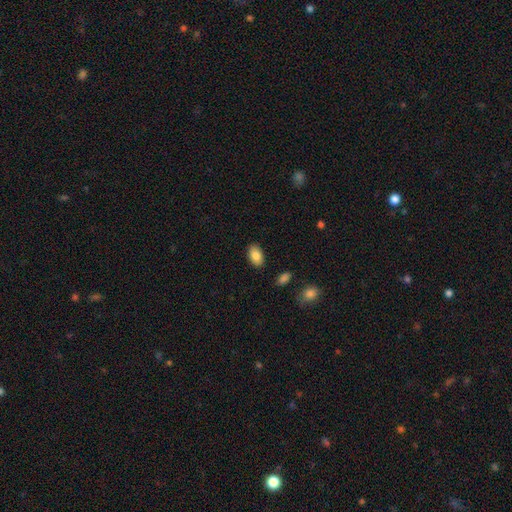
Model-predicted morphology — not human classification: Smooth or featured?
  - smooth: 85% *
  - featured or disk: 7%
  - star or artifact: 7%
How rounded?
  - in between: 93% *
  - round: 5%
  - cigar-shaped: 1%
Merging?
  - none: 87% *
  - minor disturbance: 9%
  - major disturbance: 2%
  - merger: 2%